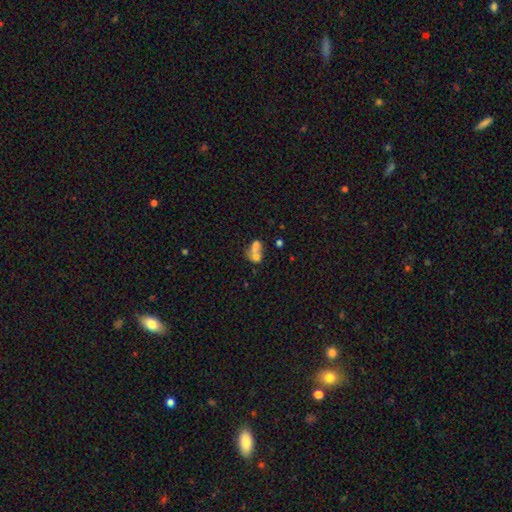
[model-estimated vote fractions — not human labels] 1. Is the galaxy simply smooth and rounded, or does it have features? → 65% smooth, 22% featured or disk, 12% star or artifact.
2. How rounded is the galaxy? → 61% in between, 36% round, 3% cigar-shaped.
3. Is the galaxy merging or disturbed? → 66% merger, 20% none, 7% minor disturbance, 7% major disturbance.